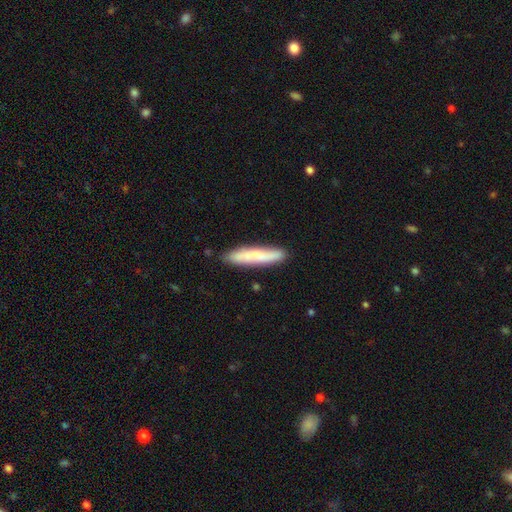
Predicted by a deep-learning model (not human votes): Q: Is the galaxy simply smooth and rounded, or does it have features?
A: smooth — 69%.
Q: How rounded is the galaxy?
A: cigar-shaped — 91%.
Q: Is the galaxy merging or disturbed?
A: none — 85%.